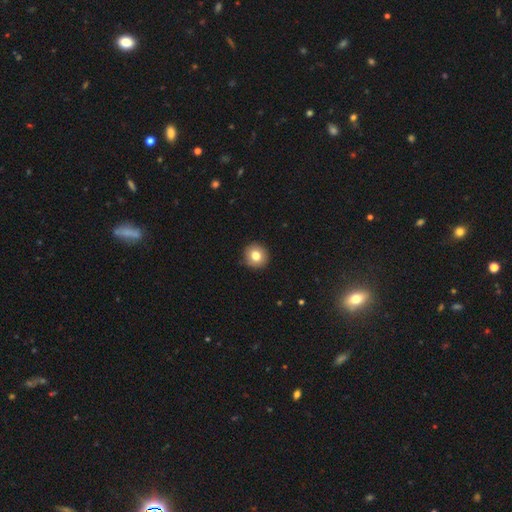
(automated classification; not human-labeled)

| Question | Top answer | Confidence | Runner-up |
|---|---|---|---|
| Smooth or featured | smooth | 79% | featured or disk (11%) |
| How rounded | round | 93% | in between (6%) |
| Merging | none | 89% | minor disturbance (8%) |